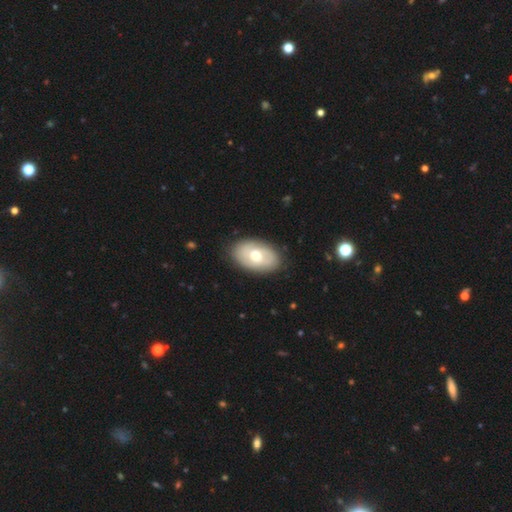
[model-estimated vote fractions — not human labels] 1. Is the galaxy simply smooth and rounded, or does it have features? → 53% smooth, 42% featured or disk, 5% star or artifact.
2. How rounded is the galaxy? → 90% in between, 9% round, 1% cigar-shaped.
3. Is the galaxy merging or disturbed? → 85% none, 11% minor disturbance, 3% major disturbance, 1% merger.